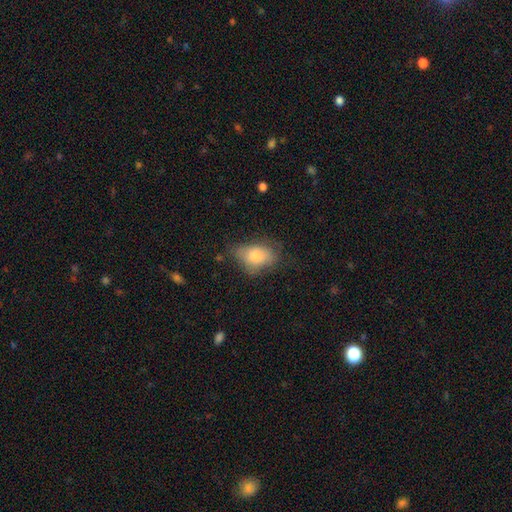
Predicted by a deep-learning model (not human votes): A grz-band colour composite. It shows a smooth galaxy with no disk features (77%) that is in between round and cigar-shaped (83%). Merging: none (55%).